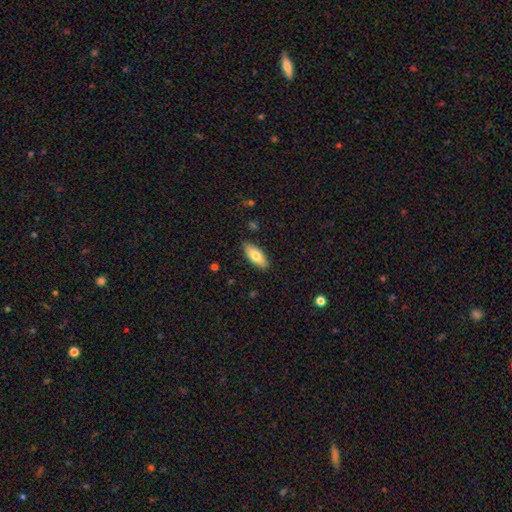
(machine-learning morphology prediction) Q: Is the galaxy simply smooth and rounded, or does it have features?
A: smooth — 76%.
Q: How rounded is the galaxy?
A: in between — 79%.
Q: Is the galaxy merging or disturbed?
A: none — 87%.